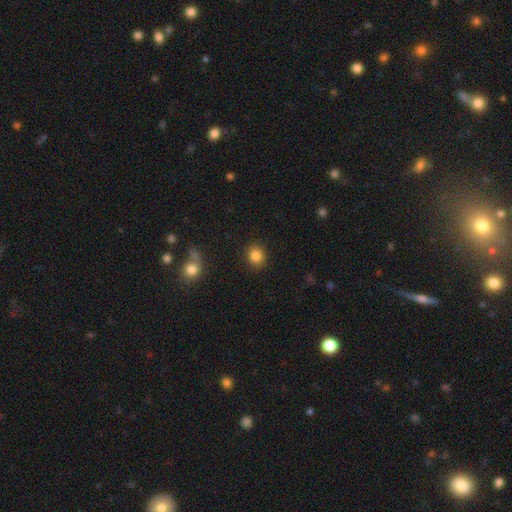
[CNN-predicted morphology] Smooth or featured?
  - smooth: 84% *
  - star or artifact: 10%
  - featured or disk: 5%
How rounded?
  - round: 78% *
  - in between: 21%
  - cigar-shaped: 1%
Merging?
  - none: 90% *
  - minor disturbance: 6%
  - major disturbance: 2%
  - merger: 2%